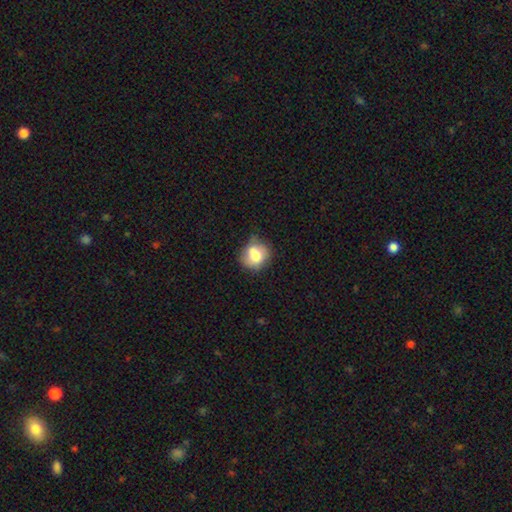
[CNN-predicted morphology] smooth 71%, featured or disk 20%, star or artifact 9%. Down the decision tree: how rounded — round (76%); merging — none (53%).